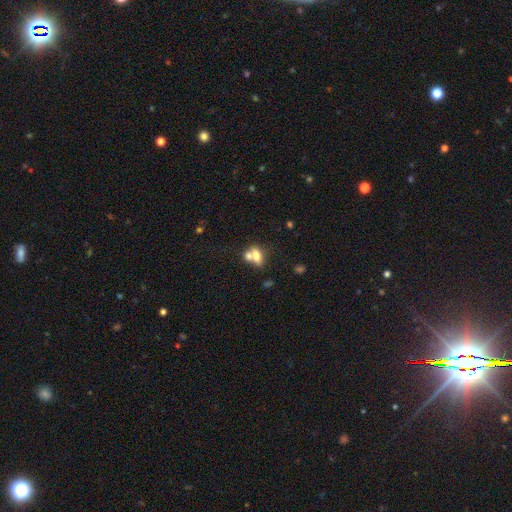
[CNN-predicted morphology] Smooth or featured?
  - smooth: 66% *
  - featured or disk: 24%
  - star or artifact: 10%
How rounded?
  - in between: 70% *
  - round: 22%
  - cigar-shaped: 7%
Merging?
  - merger: 56% *
  - none: 30%
  - minor disturbance: 9%
  - major disturbance: 5%